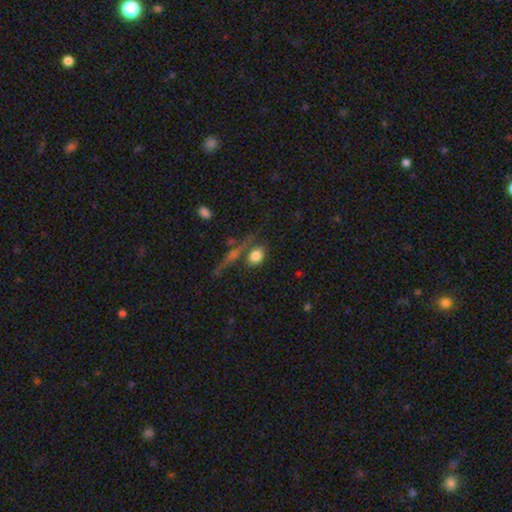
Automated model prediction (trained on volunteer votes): The model was most divided on "how rounded": in between: 62%, round: 34%, cigar-shaped: 4%. More confident: smooth or featured — smooth (78%); merging — none (62%).